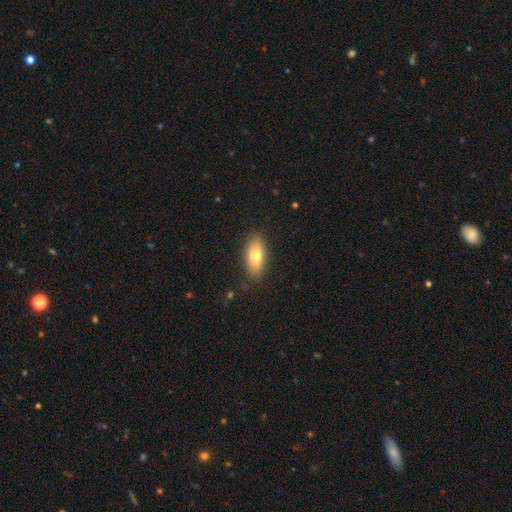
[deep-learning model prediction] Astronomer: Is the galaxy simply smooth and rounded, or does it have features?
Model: smooth — 74%.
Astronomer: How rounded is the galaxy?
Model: in between — 82%.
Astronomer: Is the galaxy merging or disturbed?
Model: none — 85%.